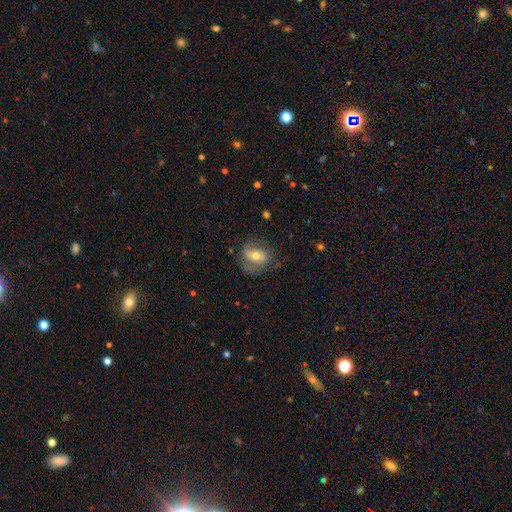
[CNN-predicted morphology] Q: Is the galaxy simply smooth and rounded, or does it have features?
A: featured or disk — 55%.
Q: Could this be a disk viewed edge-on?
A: no — 94%.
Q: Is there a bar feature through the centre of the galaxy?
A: no — 40%.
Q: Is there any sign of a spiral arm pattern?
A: yes — 75%.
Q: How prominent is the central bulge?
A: moderate — 62%.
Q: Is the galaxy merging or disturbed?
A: none — 63%.